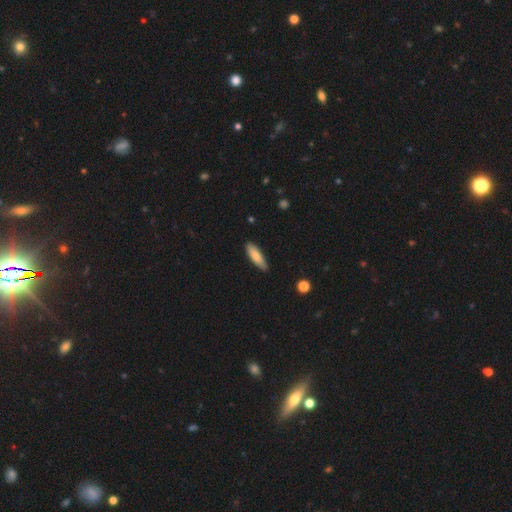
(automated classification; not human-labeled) This is clearly a smooth galaxy (80%). How rounded: possibly cigar-shaped (60%). Merging: clearly none (83%).